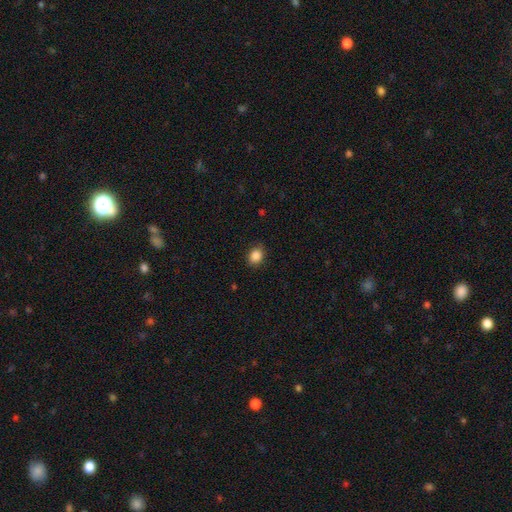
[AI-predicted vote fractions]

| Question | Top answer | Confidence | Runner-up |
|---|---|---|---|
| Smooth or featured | smooth | 87% | star or artifact (10%) |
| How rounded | round | 57% | in between (42%) |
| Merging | none | 85% | minor disturbance (11%) |